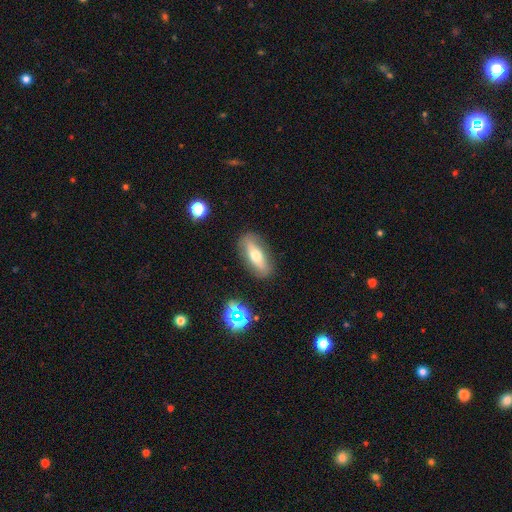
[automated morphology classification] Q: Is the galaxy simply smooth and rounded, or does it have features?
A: smooth — 52%.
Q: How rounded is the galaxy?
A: in between — 65%.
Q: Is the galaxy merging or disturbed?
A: none — 84%.